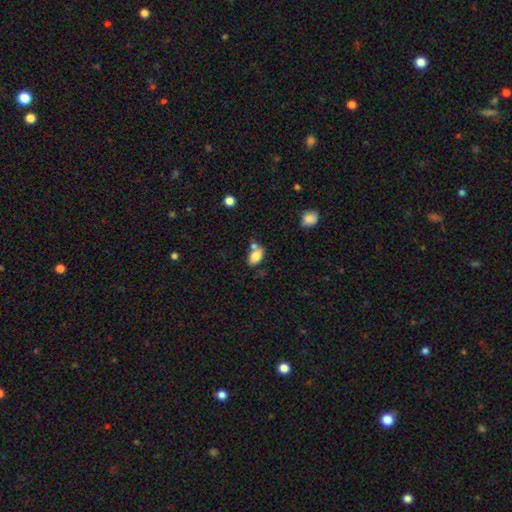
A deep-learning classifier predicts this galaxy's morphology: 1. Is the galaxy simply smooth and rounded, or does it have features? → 82% smooth, 10% featured or disk, 8% star or artifact.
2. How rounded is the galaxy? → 89% in between, 9% round, 2% cigar-shaped.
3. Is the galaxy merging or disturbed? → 53% none, 27% merger, 16% minor disturbance, 5% major disturbance.